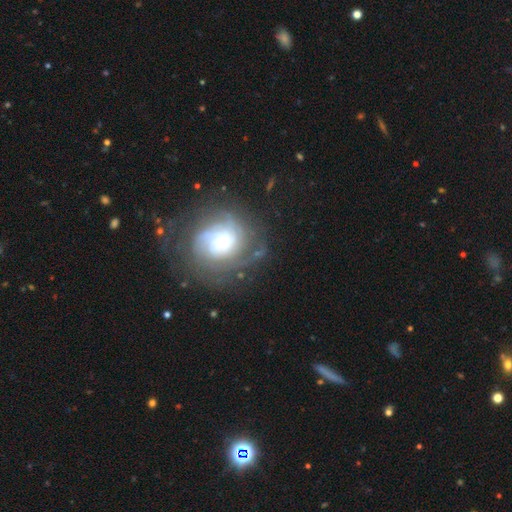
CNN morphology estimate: This appears to be a featured or disk galaxy (65%) with no bar (70%), tight (59%) spiral arms (84%) and a moderate central bulge (44%). Merging: none (72%).